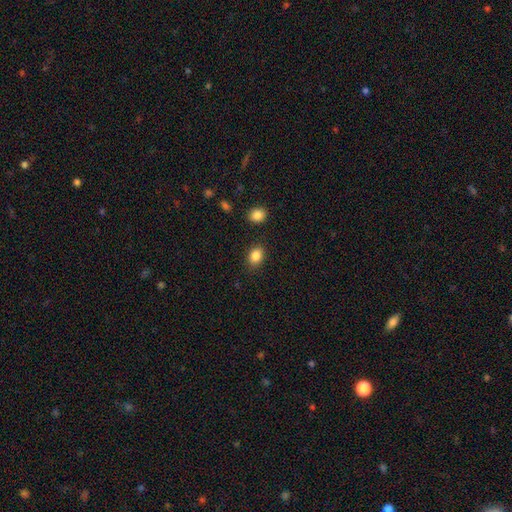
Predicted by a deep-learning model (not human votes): smooth_or_featured: smooth (p=0.86) [alt: star or artifact p=0.09]
how_rounded: in between (p=0.72) [alt: round p=0.27]
merging: none (p=0.85) [alt: minor disturbance p=0.10]